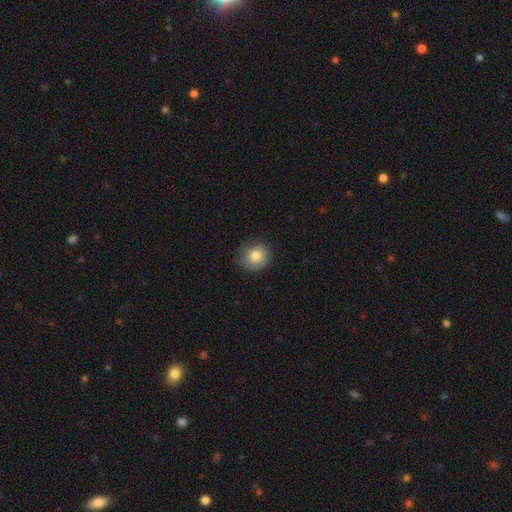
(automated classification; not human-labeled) smooth 80%, featured or disk 11%, star or artifact 9%. Down the decision tree: how rounded — round (79%); merging — none (76%).